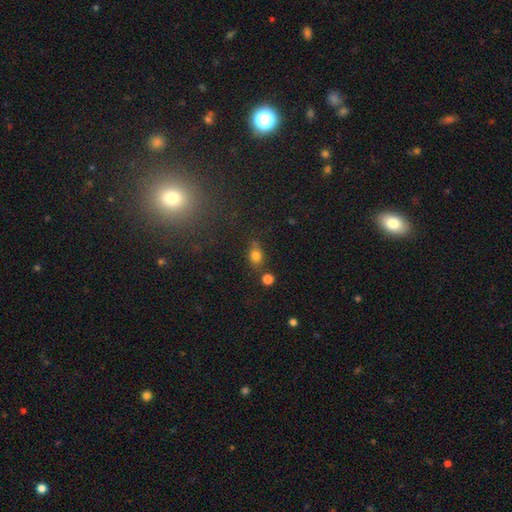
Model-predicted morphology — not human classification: A smooth galaxy with no disk features (78%) that is round (52%). Merging: none (62%).